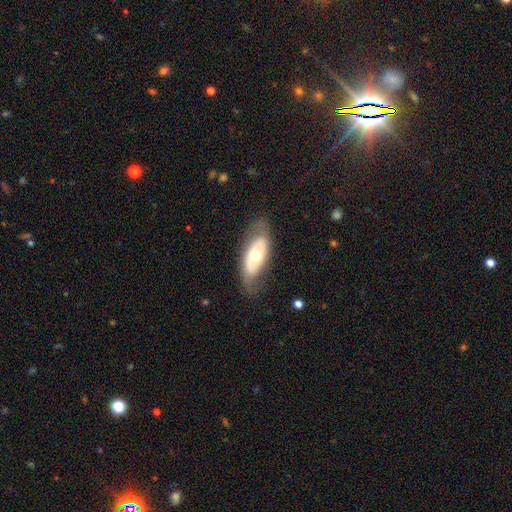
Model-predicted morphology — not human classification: A featured or disk galaxy (52%). Merging: none (71%).